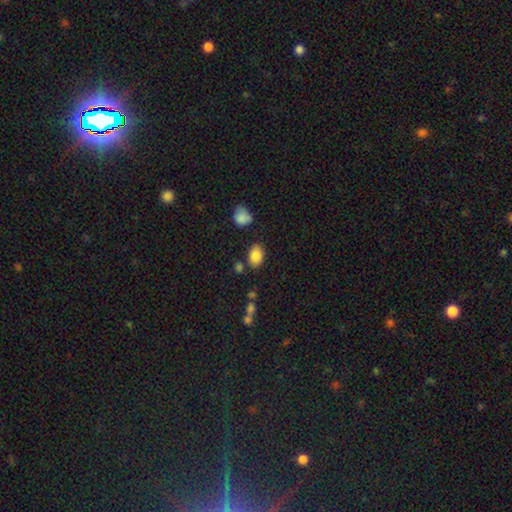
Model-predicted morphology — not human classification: This appears to be a smooth galaxy with no disk features (85%) that is in between round and cigar-shaped (82%). Merging: none (78%).